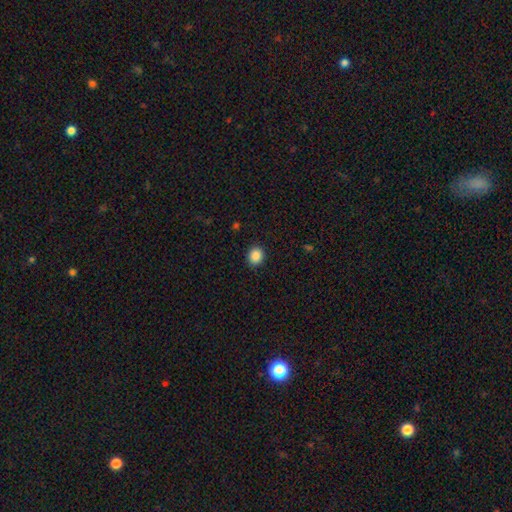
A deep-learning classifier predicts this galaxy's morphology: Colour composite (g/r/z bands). It shows a smooth galaxy with no disk features (88%) that is round (68%). Merging: none (90%).